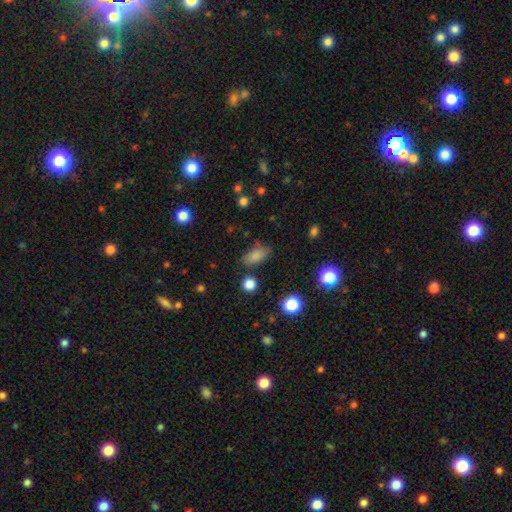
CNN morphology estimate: This is clearly a smooth galaxy (82%). How rounded: clearly in between (88%). Merging: likely none (73%).